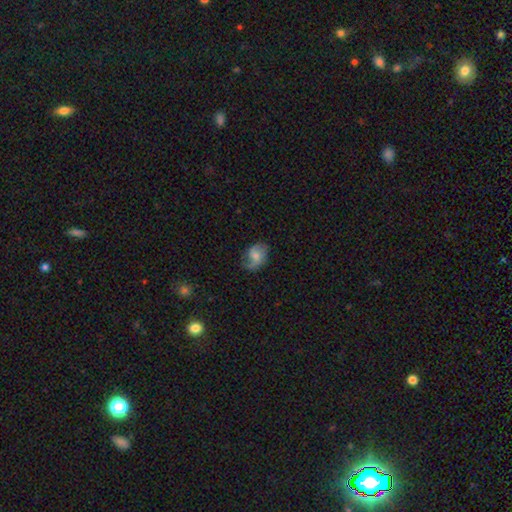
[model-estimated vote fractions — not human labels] smooth 51%, featured or disk 41%, star or artifact 8%. Down the decision tree: how rounded — in between (71%); merging — none (51%).